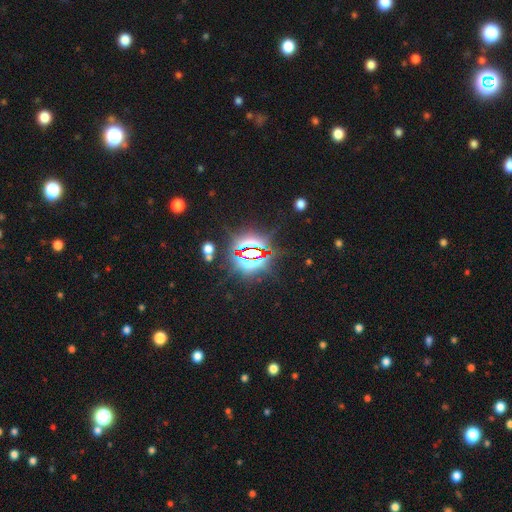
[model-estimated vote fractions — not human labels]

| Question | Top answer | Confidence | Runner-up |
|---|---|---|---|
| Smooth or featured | star or artifact | 86% | smooth (9%) |